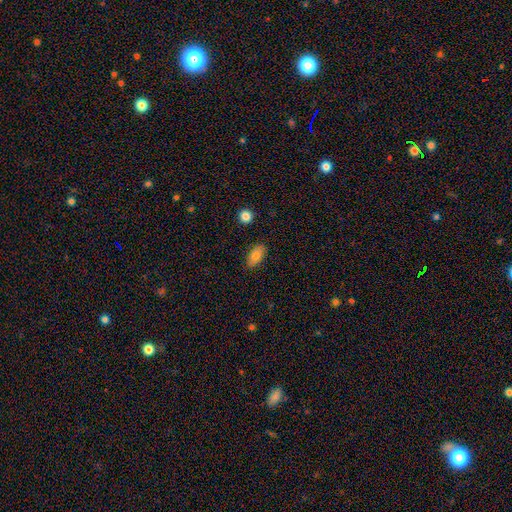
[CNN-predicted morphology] Smooth or featured?
  - smooth: 78% *
  - featured or disk: 14%
  - star or artifact: 8%
How rounded?
  - in between: 90% *
  - cigar-shaped: 5%
  - round: 5%
Merging?
  - none: 84% *
  - minor disturbance: 12%
  - major disturbance: 2%
  - merger: 1%